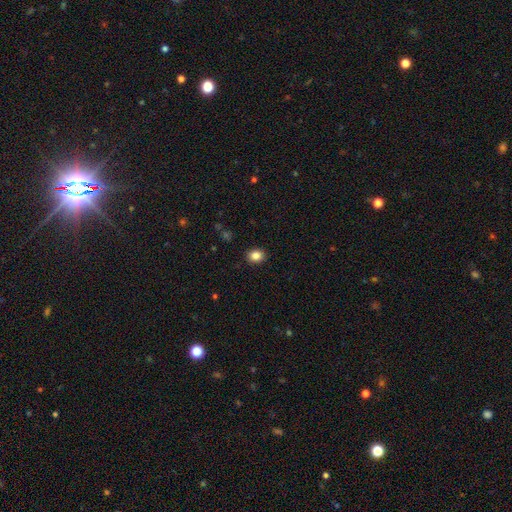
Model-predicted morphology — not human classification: Smooth or featured?
  - smooth: 86% *
  - star or artifact: 10%
  - featured or disk: 5%
How rounded?
  - in between: 50% *
  - round: 49%
  - cigar-shaped: 1%
Merging?
  - none: 90% *
  - minor disturbance: 7%
  - major disturbance: 2%
  - merger: 1%